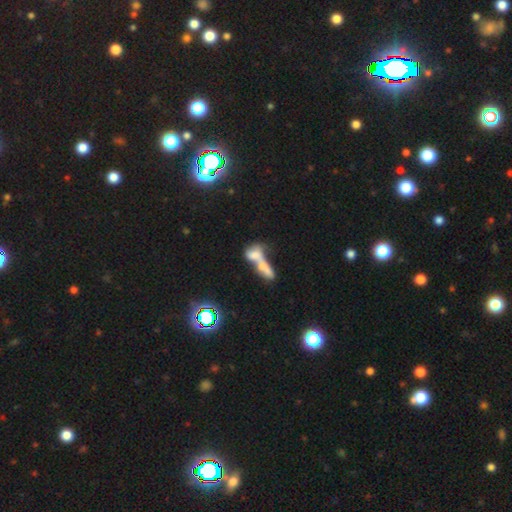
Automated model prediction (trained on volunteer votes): Morphology: type=smooth (55%); roundness=in between (60%); merging=merger (74%).